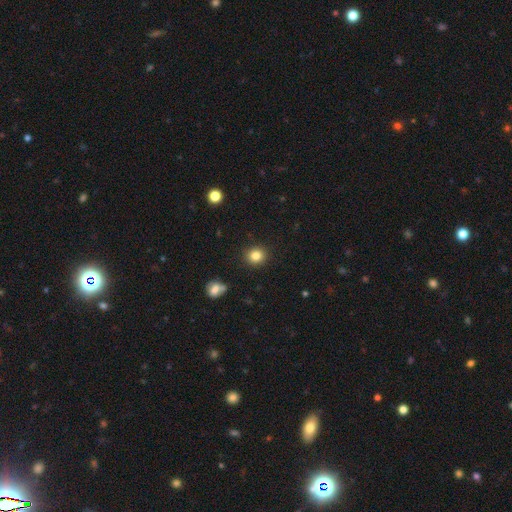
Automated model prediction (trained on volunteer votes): This is clearly a smooth galaxy (83%). How rounded: clearly round (86%). Merging: clearly none (90%).